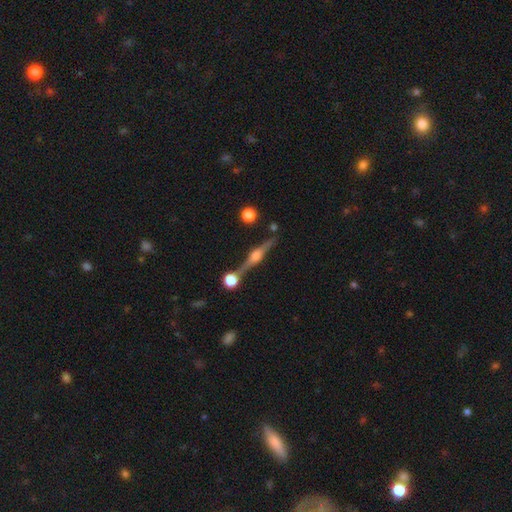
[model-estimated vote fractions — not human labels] Q: Smooth or featured?
A: featured or disk (85%); runner-up: smooth (9%)
Q: Edge-on disk?
A: yes (97%); runner-up: no (3%)
Q: Edge-on bulge?
A: rounded (92%); runner-up: boxy (6%)
Q: Merging?
A: none (79%); runner-up: minor disturbance (10%)